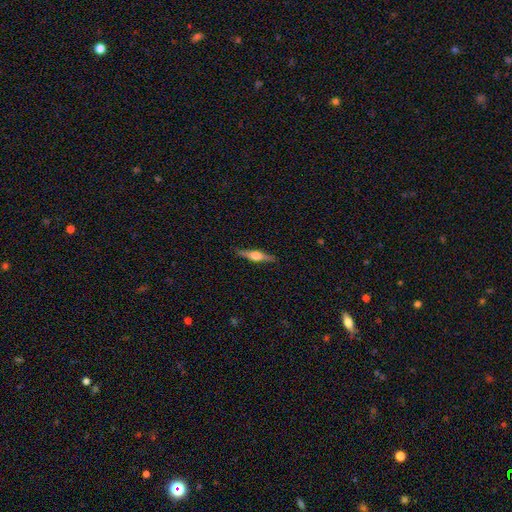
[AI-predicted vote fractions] Smooth or featured? featured or disk (70%)
Edge-on disk? yes (97%)
Edge-on bulge? rounded (90%)
Merging? none (88%)